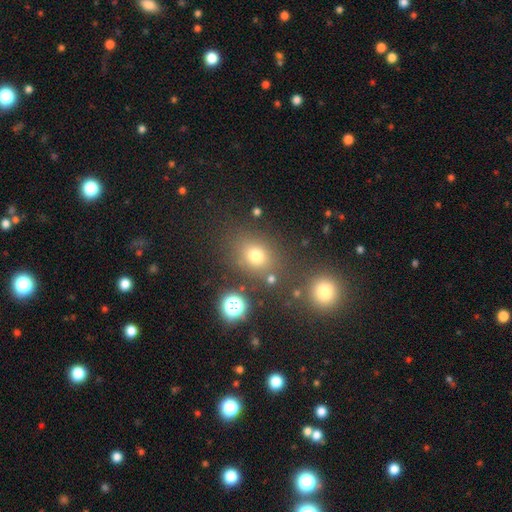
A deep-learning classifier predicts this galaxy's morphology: Smooth or featured?
  - smooth: 71% *
  - star or artifact: 20%
  - featured or disk: 9%
How rounded?
  - round: 62% *
  - in between: 36%
  - cigar-shaped: 1%
Merging?
  - none: 74% *
  - minor disturbance: 12%
  - merger: 8%
  - major disturbance: 6%